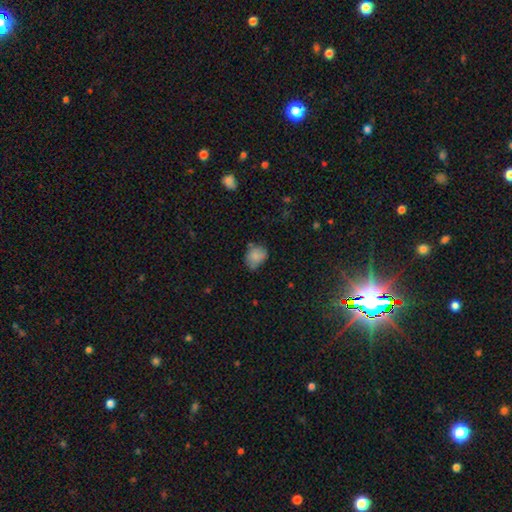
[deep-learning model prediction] Overall: smooth (79%). How rounded: in between (52%; round 47%). Merging: none (51%; minor disturbance 35%).